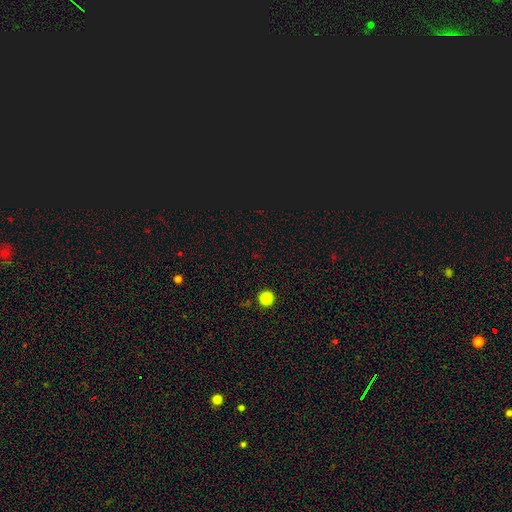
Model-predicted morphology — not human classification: Smooth or featured? Predicted: star or artifact (p=0.63).